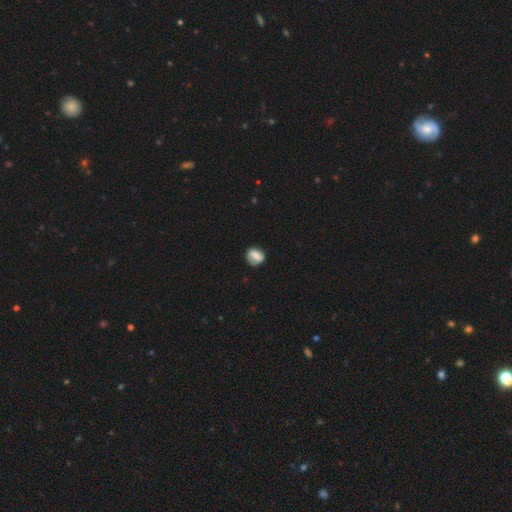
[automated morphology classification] The model was most divided on "smooth or featured" (2-way tie): featured or disk: 46%, smooth: 46%, star or artifact: 8%. More confident: merging — none (69%).